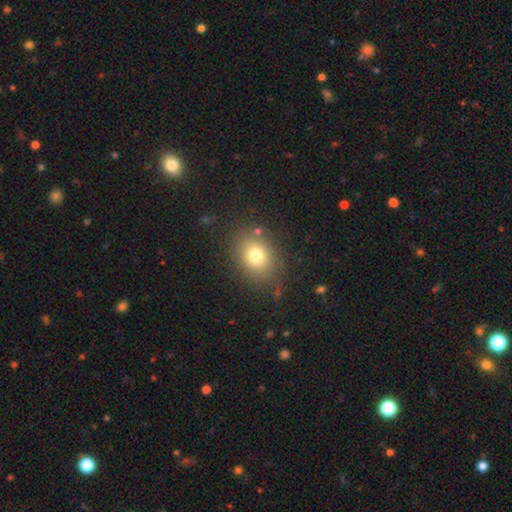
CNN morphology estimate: This is likely a smooth galaxy (76%). How rounded: possibly in between (50%). Merging: likely none (79%).